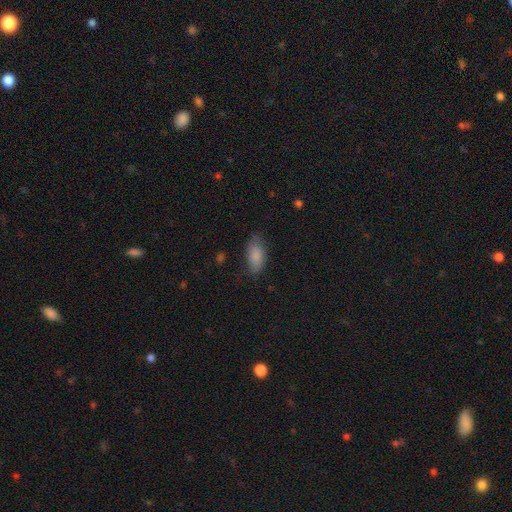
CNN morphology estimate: Overall: smooth (85%). How rounded: in between (89%). Merging: none (73%).